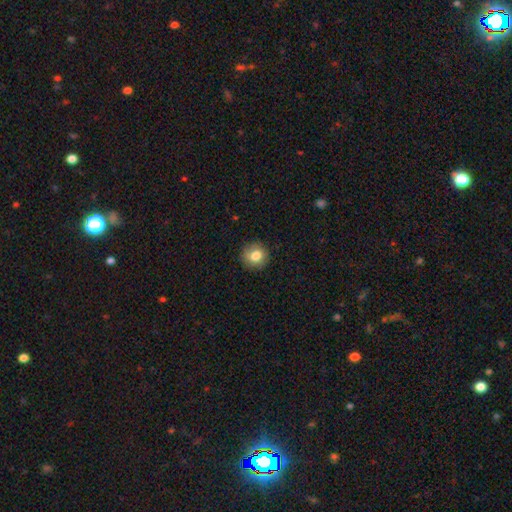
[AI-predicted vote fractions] A smooth galaxy with no disk features (81%) that is round (89%).

Vote fractions:
- Smooth or featured? smooth: 81% / featured or disk: 10% / star or artifact: 9%
- How rounded? round: 89% / in between: 10% / cigar-shaped: 1%
- Merging? none: 89% / minor disturbance: 8% / major disturbance: 2% / merger: 1%